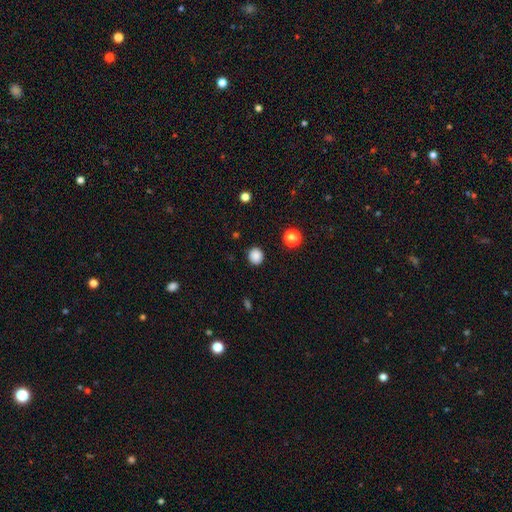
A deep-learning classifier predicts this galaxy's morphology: Smooth or featured? Predicted: smooth (p=0.87). How rounded? Predicted: round (p=0.86). Merging? Predicted: none (p=0.90).